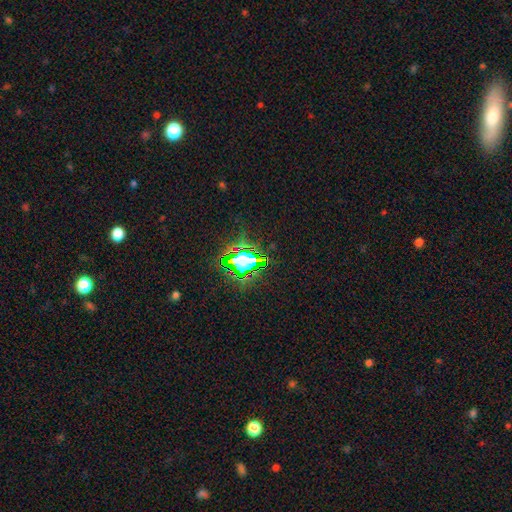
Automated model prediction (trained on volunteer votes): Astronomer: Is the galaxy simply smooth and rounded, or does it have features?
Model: star or artifact — 81%.